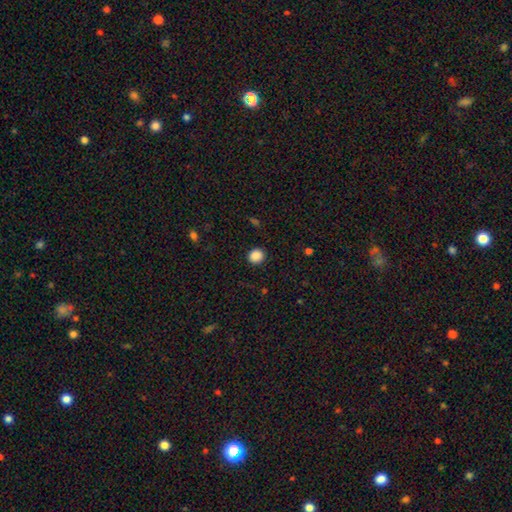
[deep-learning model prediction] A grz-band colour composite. It shows a smooth galaxy with no disk features (88%) that is round (82%). Merging: none (91%).